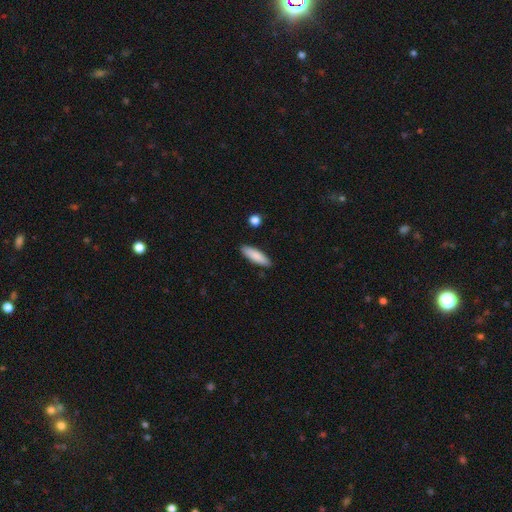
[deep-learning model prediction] Q: Smooth or featured?
A: smooth (86%); runner-up: featured or disk (8%)
Q: How rounded?
A: cigar-shaped (56%); runner-up: in between (42%)
Q: Merging?
A: none (88%); runner-up: minor disturbance (9%)